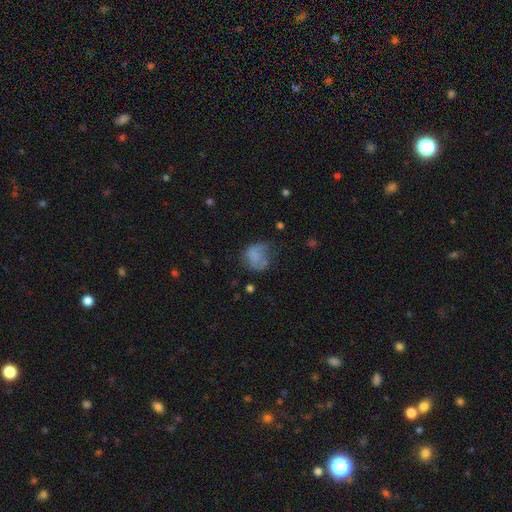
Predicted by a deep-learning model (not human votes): smooth_or_featured: smooth (p=0.64) [alt: featured or disk p=0.24]
how_rounded: round (p=0.58) [alt: in between p=0.41]
merging: none (p=0.35) [alt: major disturbance p=0.30]